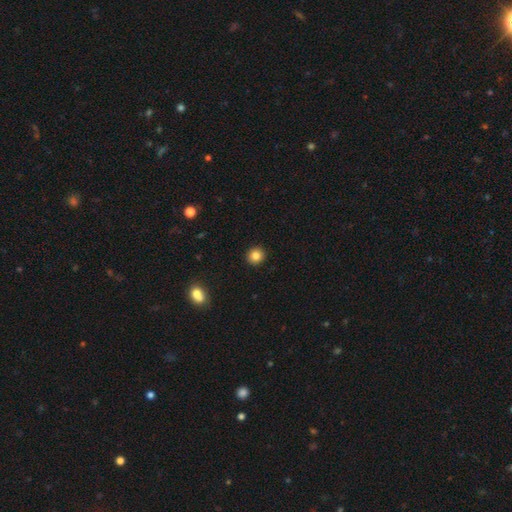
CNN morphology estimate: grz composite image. It shows a smooth galaxy with no disk features (84%) that is round (91%). Merging: none (93%).